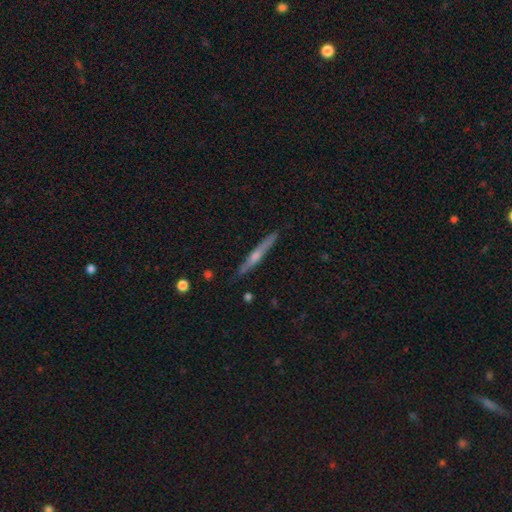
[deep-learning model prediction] Q: Smooth or featured?
A: featured or disk (64%); runner-up: smooth (29%)
Q: Edge-on disk?
A: yes (97%); runner-up: no (3%)
Q: Edge-on bulge?
A: rounded (73%); runner-up: none (20%)
Q: Merging?
A: none (88%); runner-up: minor disturbance (9%)